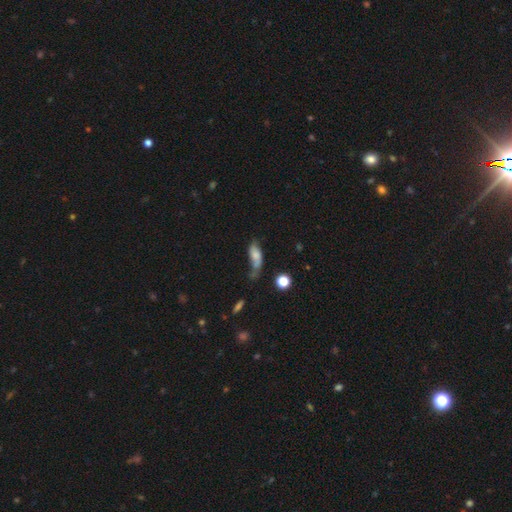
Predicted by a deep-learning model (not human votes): smooth-or-featured: smooth: 58% | featured or disk: 32% | star or artifact: 11%
  how-rounded: in between: 73% | cigar-shaped: 21% | round: 6%
  merging: none: 32% | minor disturbance: 30% | major disturbance: 26% | merger: 13%